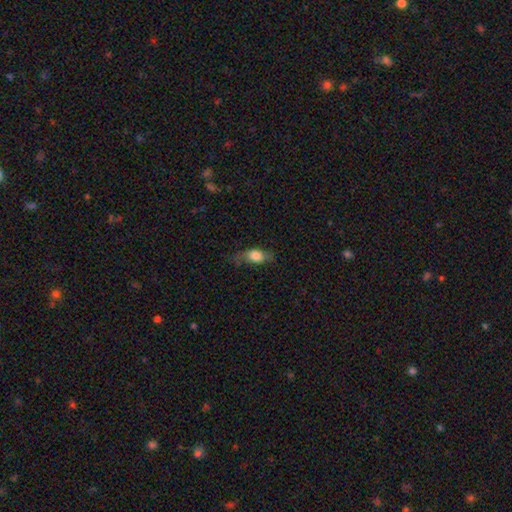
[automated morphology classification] A smooth galaxy with no disk features (76%) that is in between round and cigar-shaped (77%).

Vote fractions:
- Smooth or featured? smooth: 76% / featured or disk: 17% / star or artifact: 8%
- How rounded? in between: 77% / cigar-shaped: 13% / round: 10%
- Merging? none: 56% / minor disturbance: 30% / major disturbance: 13% / merger: 2%